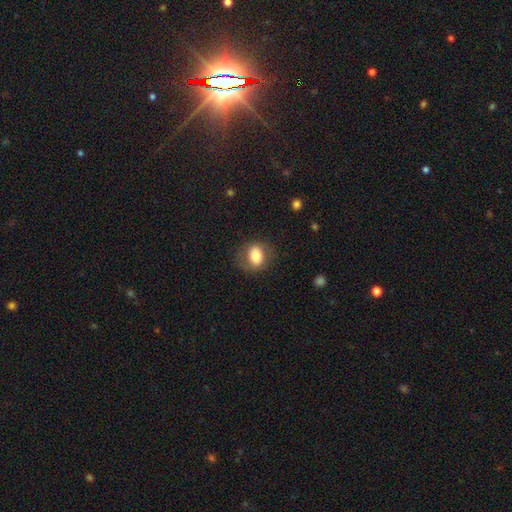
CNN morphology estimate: smooth-or-featured: smooth: 74% | featured or disk: 17% | star or artifact: 8%
  how-rounded: in between: 60% | round: 39% | cigar-shaped: 1%
  merging: none: 75% | minor disturbance: 16% | major disturbance: 8% | merger: 1%